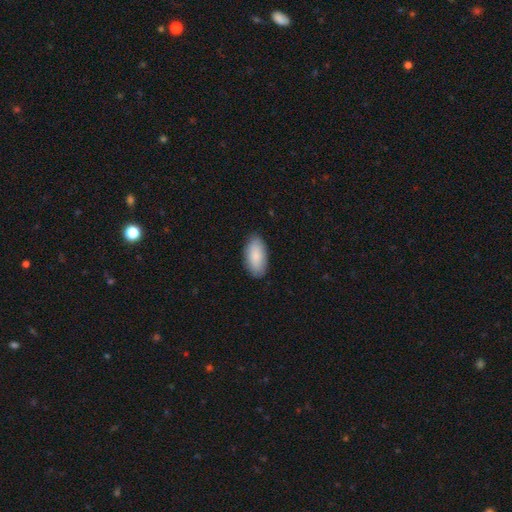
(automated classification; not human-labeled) smooth-or-featured: smooth: 87% | featured or disk: 8% | star or artifact: 5%
  how-rounded: in between: 93% | cigar-shaped: 5% | round: 2%
  merging: none: 86% | minor disturbance: 10% | major disturbance: 2% | merger: 1%